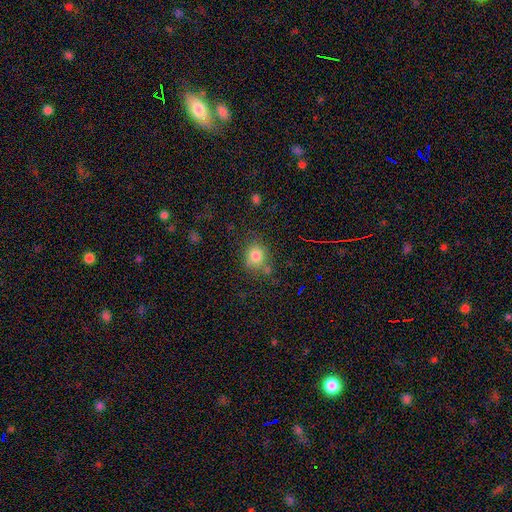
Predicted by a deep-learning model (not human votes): Smooth or featured? Predicted: smooth (p=0.81). How rounded? Predicted: round (p=0.71). Merging? Predicted: none (p=0.71).